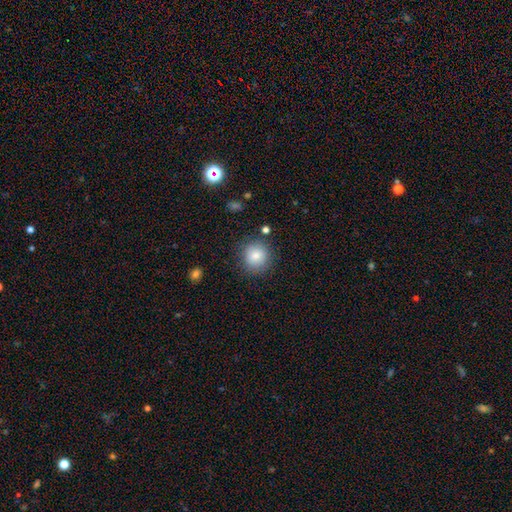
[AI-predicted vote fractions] smooth-or-featured: smooth: 82% | star or artifact: 9% | featured or disk: 8%
  how-rounded: round: 89% | in between: 10% | cigar-shaped: 1%
  merging: none: 84% | minor disturbance: 10% | major disturbance: 3% | merger: 3%